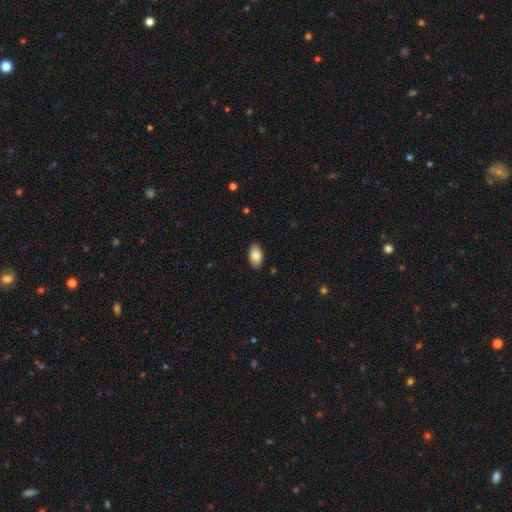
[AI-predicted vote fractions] A smooth galaxy with no disk features (86%) that is in between round and cigar-shaped (94%).

Vote fractions:
- Smooth or featured? smooth: 86% / featured or disk: 7% / star or artifact: 7%
- How rounded? in between: 94% / round: 4% / cigar-shaped: 2%
- Merging? none: 89% / minor disturbance: 8% / major disturbance: 2% / merger: 1%